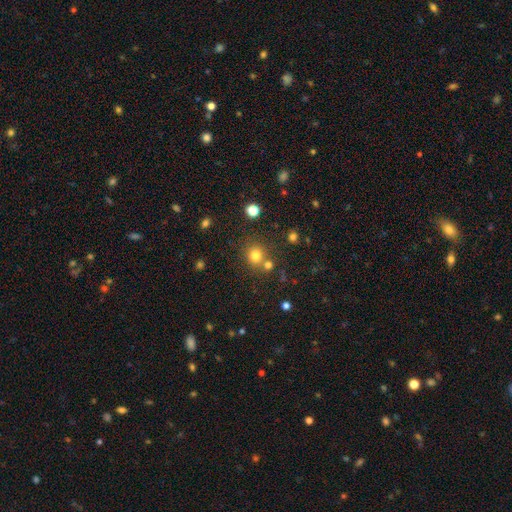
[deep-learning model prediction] smooth_or_featured: smooth (p=0.77) [alt: star or artifact p=0.16]
how_rounded: round (p=0.89) [alt: in between p=0.11]
merging: none (p=0.70) [alt: merger p=0.19]